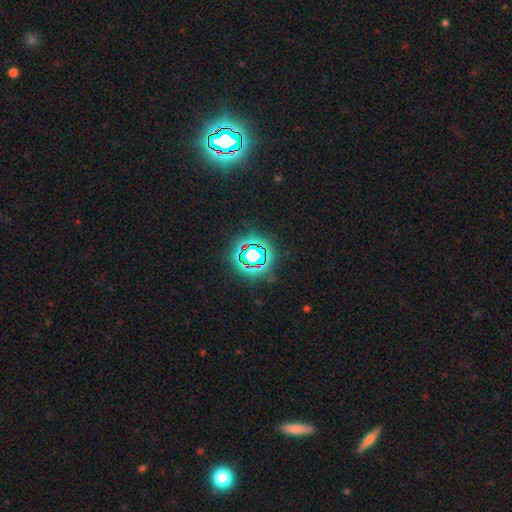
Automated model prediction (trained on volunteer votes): Smooth or featured? star or artifact (72%)